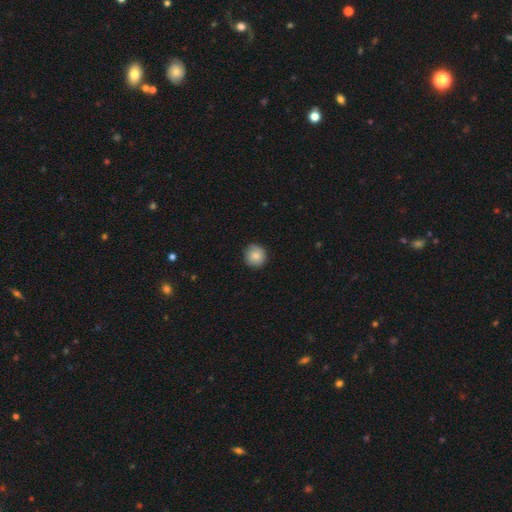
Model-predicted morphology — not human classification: Q: Smooth or featured?
A: smooth (87%); runner-up: star or artifact (8%)
Q: How rounded?
A: round (93%); runner-up: in between (6%)
Q: Merging?
A: none (89%); runner-up: minor disturbance (8%)